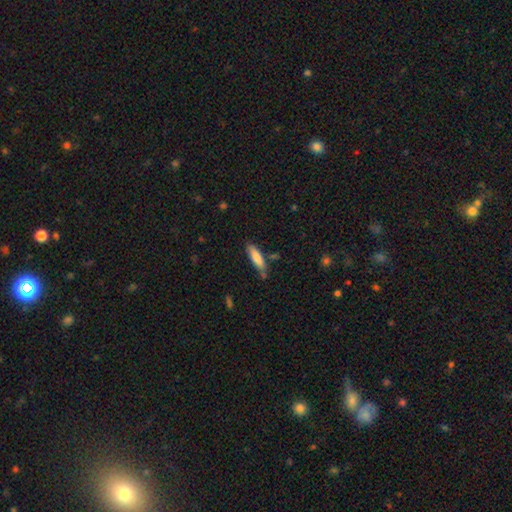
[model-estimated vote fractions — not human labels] smooth-or-featured: smooth: 78% | featured or disk: 16% | star or artifact: 6%
  how-rounded: cigar-shaped: 66% | in between: 33% | round: 1%
  merging: none: 72% | minor disturbance: 19% | merger: 6% | major disturbance: 4%